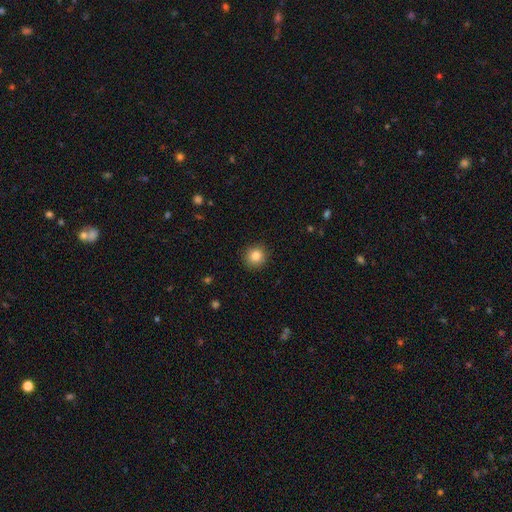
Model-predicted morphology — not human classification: Smooth or featured? smooth (85%)
How rounded? round (92%)
Merging? none (91%)